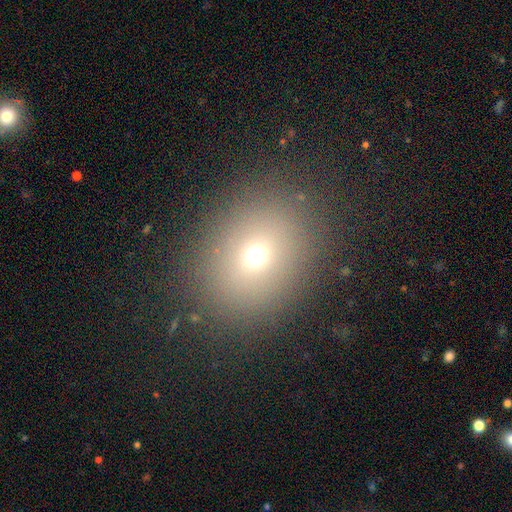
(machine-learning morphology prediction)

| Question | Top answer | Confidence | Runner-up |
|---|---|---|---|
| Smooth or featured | smooth | 68% | star or artifact (19%) |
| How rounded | round | 55% | in between (44%) |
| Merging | none | 87% | minor disturbance (8%) |